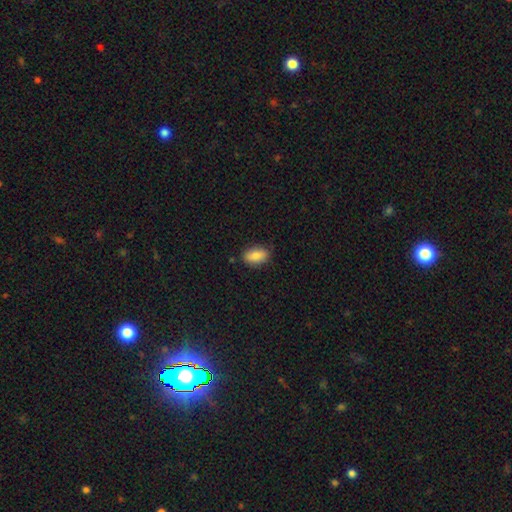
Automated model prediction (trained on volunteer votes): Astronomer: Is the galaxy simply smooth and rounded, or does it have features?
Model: smooth — 84%.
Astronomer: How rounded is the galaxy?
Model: in between — 89%.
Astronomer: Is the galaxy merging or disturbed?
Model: none — 82%.